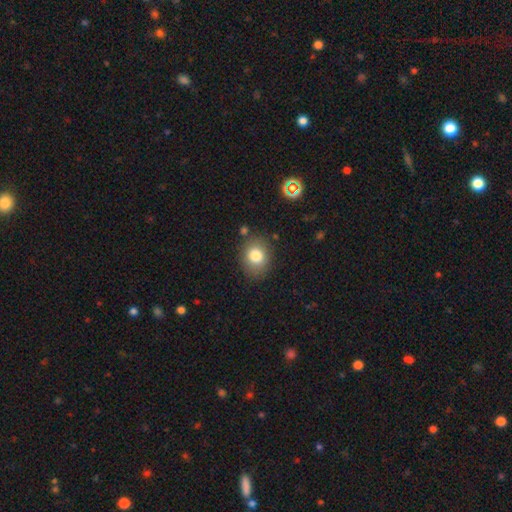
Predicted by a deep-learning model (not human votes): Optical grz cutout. It shows a smooth galaxy with no disk features (80%) that is round (55%). Merging: none (81%).